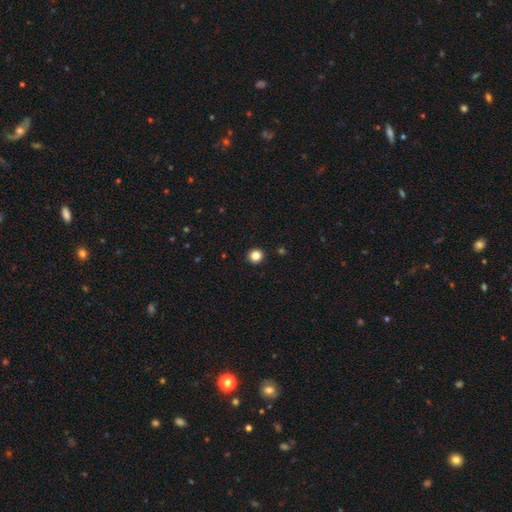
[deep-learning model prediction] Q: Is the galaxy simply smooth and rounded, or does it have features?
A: smooth — 85%.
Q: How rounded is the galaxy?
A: round — 93%.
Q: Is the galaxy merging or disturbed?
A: none — 93%.